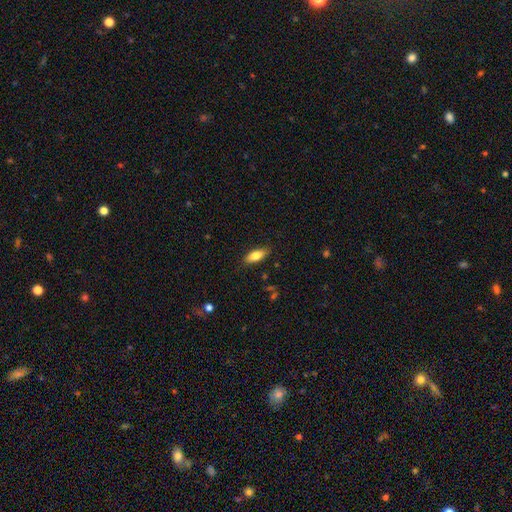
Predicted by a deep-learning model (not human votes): Smooth or featured: smooth — 79% (featured or disk — 15%)
How rounded: in between — 76% (cigar-shaped — 21%)
Merging: none — 85% (minor disturbance — 11%)